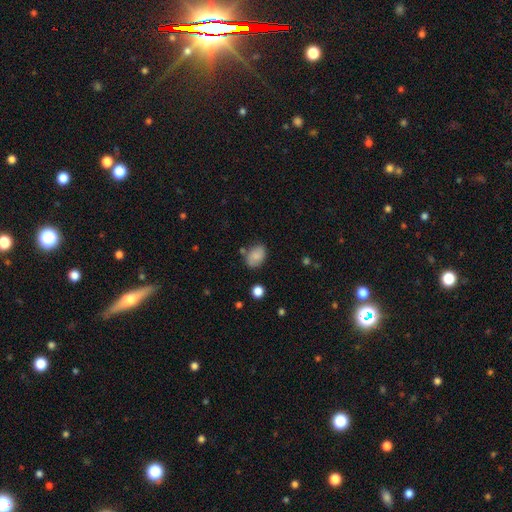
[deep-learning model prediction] This is clearly a smooth galaxy (84%). How rounded: clearly in between (82%). Merging: likely none (74%).